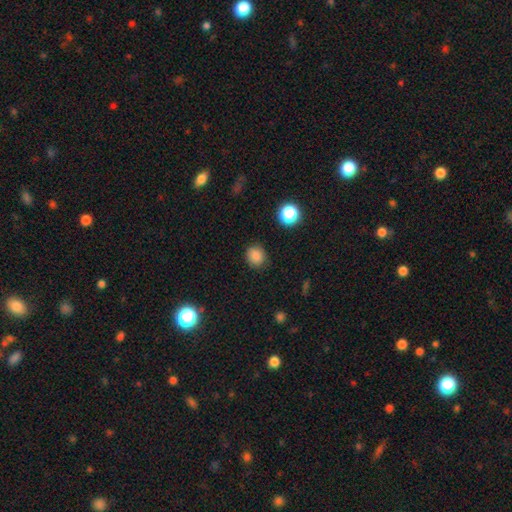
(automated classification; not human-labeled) Smooth or featured?
  - smooth: 84% *
  - star or artifact: 12%
  - featured or disk: 3%
How rounded?
  - round: 80% *
  - in between: 20%
  - cigar-shaped: 1%
Merging?
  - none: 87% *
  - minor disturbance: 9%
  - major disturbance: 3%
  - merger: 1%